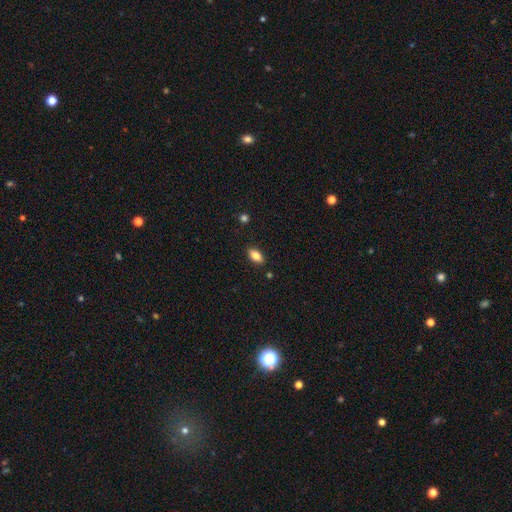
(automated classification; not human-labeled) Smooth or featured? Predicted: smooth (p=0.82). How rounded? Predicted: in between (p=0.90). Merging? Predicted: none (p=0.87).